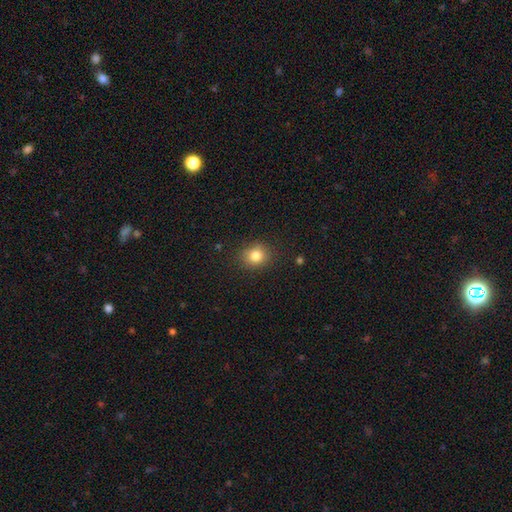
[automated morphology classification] A smooth galaxy with no disk features (81%) that is round (75%).

Vote fractions:
- Smooth or featured? smooth: 81% / star or artifact: 12% / featured or disk: 7%
- How rounded? round: 75% / in between: 24% / cigar-shaped: 1%
- Merging? none: 86% / minor disturbance: 10% / major disturbance: 3% / merger: 1%